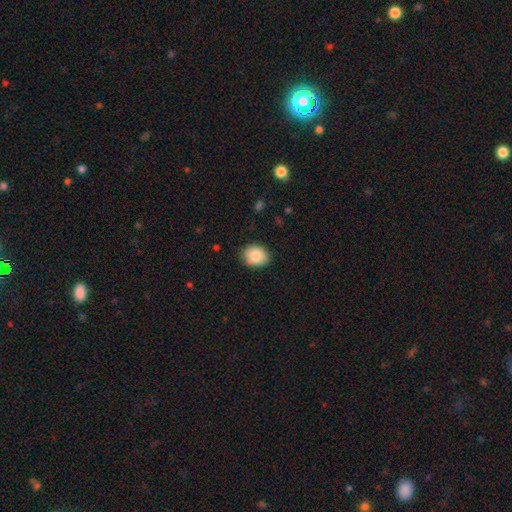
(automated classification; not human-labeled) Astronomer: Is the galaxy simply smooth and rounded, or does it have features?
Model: smooth — 84%.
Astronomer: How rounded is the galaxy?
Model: round — 53% (runner-up: in between, 46%).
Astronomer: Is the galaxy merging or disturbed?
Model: none — 82%.